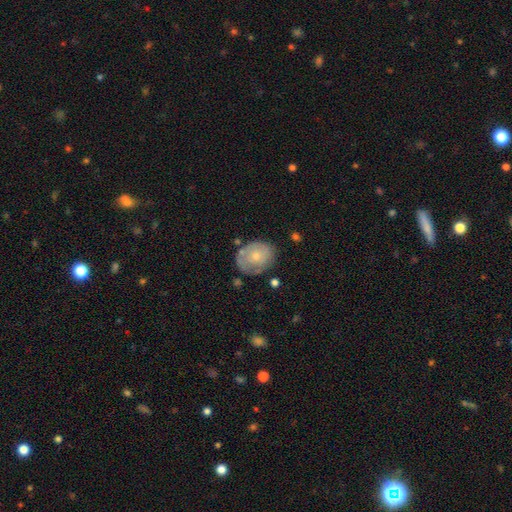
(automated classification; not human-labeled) Smooth or featured? smooth (58%)
How rounded? round (52%)
Merging? none (64%)